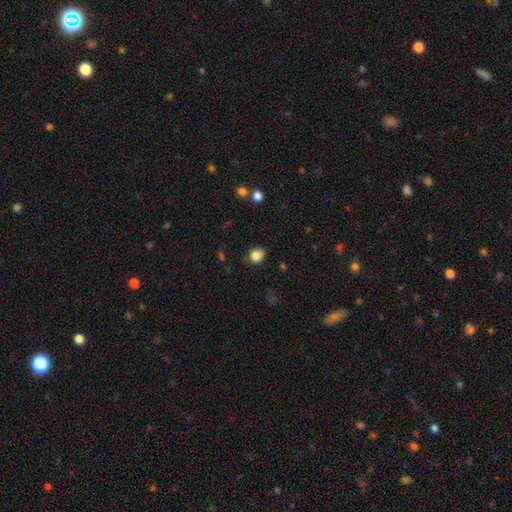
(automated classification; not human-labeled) A smooth galaxy with no disk features (83%) that is round (71%). Merging: none (64%).